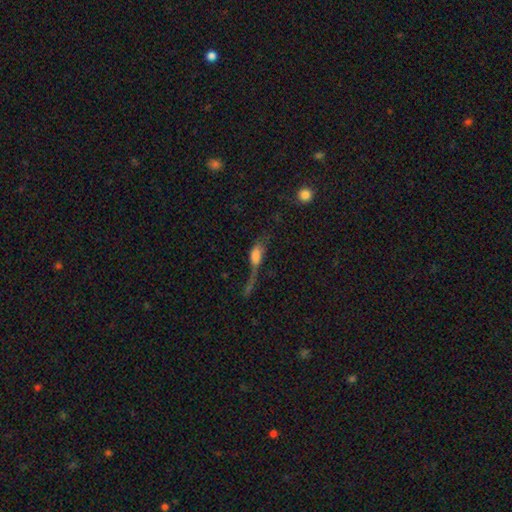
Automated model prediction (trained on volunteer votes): Morphology: type=smooth (59%); roundness=in between (74%); merging=major disturbance (48%).